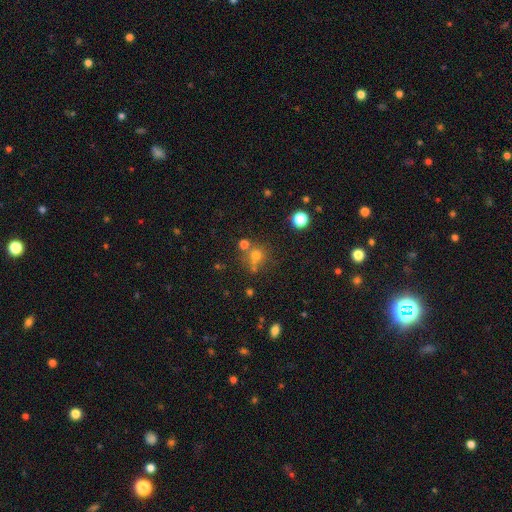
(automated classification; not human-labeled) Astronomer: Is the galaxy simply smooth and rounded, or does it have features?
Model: smooth — 63%.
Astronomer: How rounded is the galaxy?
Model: round — 86%.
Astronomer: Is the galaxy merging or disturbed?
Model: none — 60%.